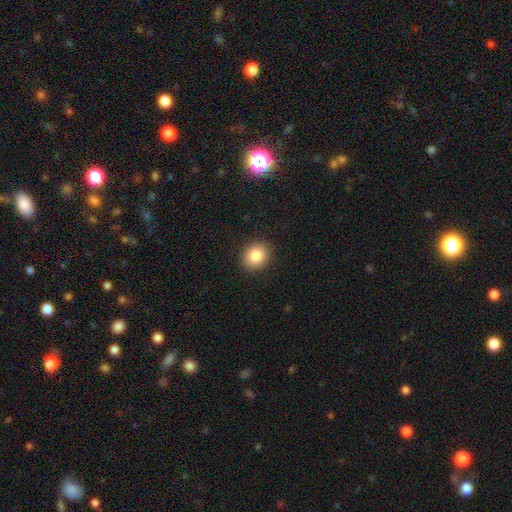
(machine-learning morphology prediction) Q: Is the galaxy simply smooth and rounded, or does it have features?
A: smooth — 84%.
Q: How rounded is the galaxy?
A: round — 71%.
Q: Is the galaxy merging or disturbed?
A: none — 91%.